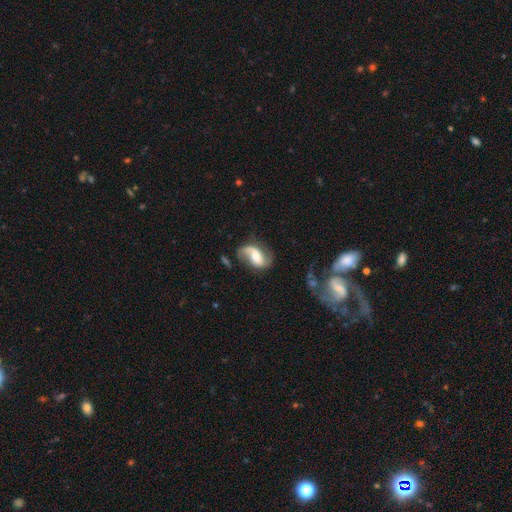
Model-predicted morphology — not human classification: smooth-or-featured: featured or disk: 75% | smooth: 18% | star or artifact: 7%
  disk-edge-on: no: 97% | yes: 3%
    bar: weak: 40% (tied) | no: 40% (tied) | strong: 21%
    has-spiral-arms: yes: 93% | no: 7%
      spiral-winding: loose: 56% | medium: 33% | tight: 11%
      spiral-arm-count: 2: 80% | 1: 13% | can't tell: 4% | 3: 1% | 4: 1% | more than 4: 1%
    bulge-size: moderate: 56% | small: 24% | large: 15% | none: 4% | dominant: 2%
  merging: none: 62% | minor disturbance: 21% | major disturbance: 13% | merger: 3%